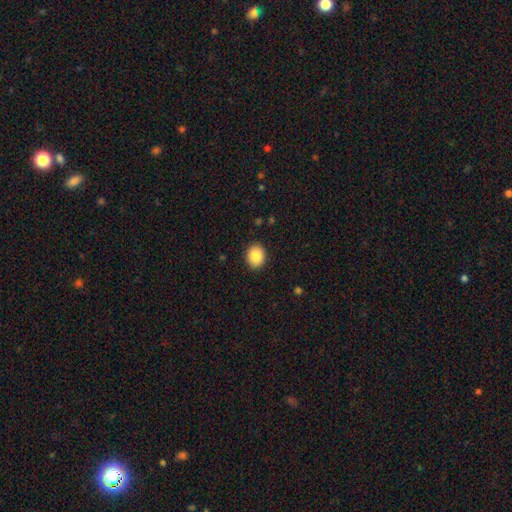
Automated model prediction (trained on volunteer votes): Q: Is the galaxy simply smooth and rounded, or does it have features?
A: smooth — 88%.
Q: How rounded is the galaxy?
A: round — 59%.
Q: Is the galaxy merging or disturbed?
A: none — 90%.